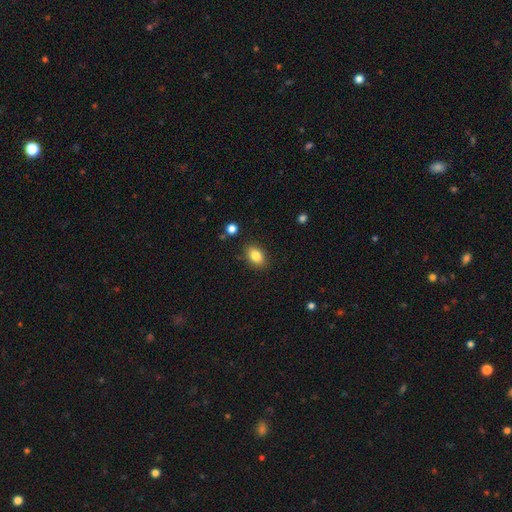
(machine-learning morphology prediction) The model was most divided on "how rounded": in between: 81%, round: 17%, cigar-shaped: 1%. More confident: merging — none (85%); smooth or featured — smooth (84%).